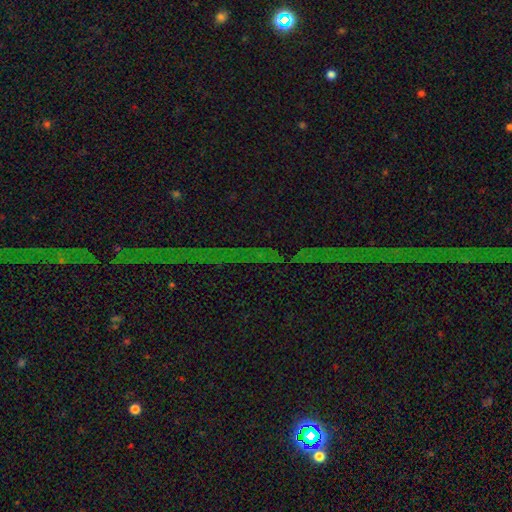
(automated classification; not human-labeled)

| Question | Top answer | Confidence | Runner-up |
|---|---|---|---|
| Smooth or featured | star or artifact | 80% | featured or disk (12%) |